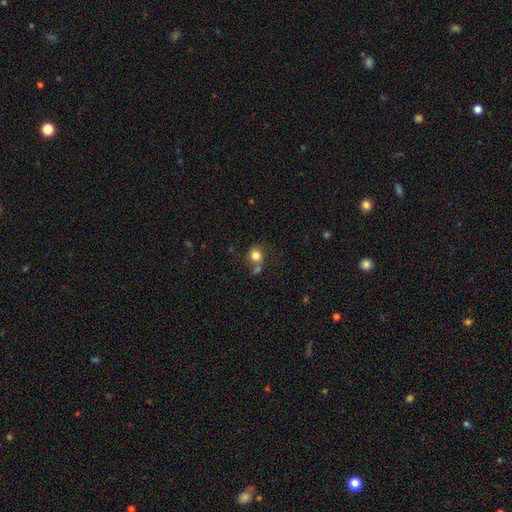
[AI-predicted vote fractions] Smooth or featured?
  - smooth: 78% *
  - featured or disk: 11%
  - star or artifact: 11%
How rounded?
  - round: 78% *
  - in between: 21%
  - cigar-shaped: 1%
Merging?
  - none: 52% *
  - merger: 22%
  - minor disturbance: 17%
  - major disturbance: 9%